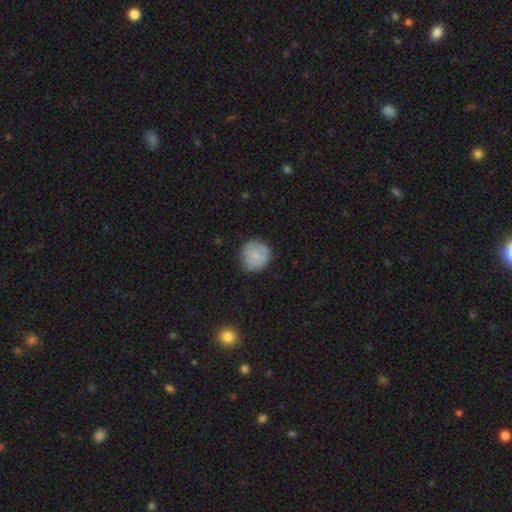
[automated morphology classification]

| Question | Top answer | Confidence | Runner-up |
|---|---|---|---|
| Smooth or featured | smooth | 79% | featured or disk (14%) |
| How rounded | round | 91% | in between (9%) |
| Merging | none | 81% | minor disturbance (14%) |